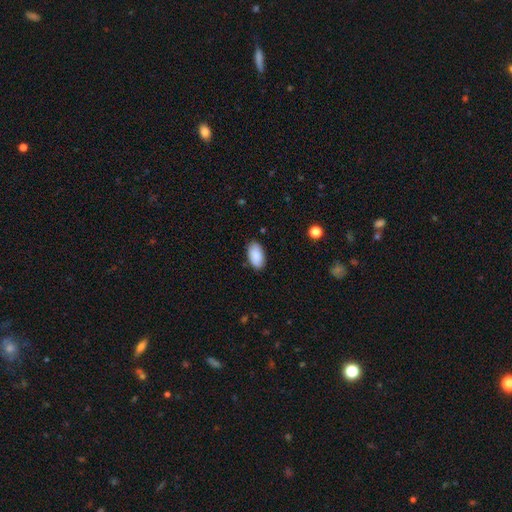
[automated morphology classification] This is clearly a smooth galaxy (90%). How rounded: clearly in between (95%). Merging: clearly none (86%).